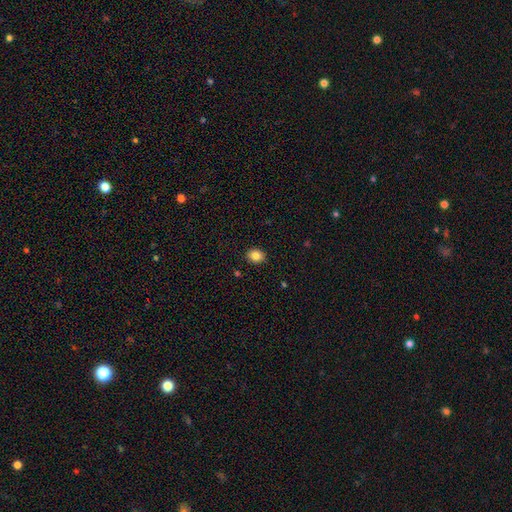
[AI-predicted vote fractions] Smooth or featured? smooth (85%)
How rounded? round (57%)
Merging? none (90%)